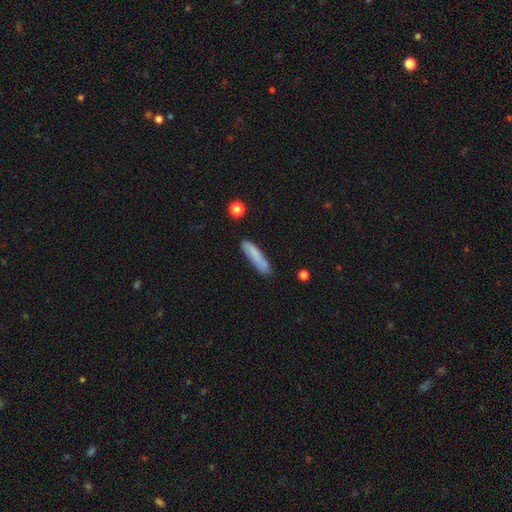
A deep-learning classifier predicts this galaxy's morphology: Overall: smooth (75%). How rounded: cigar-shaped (82%). Merging: none (76%).